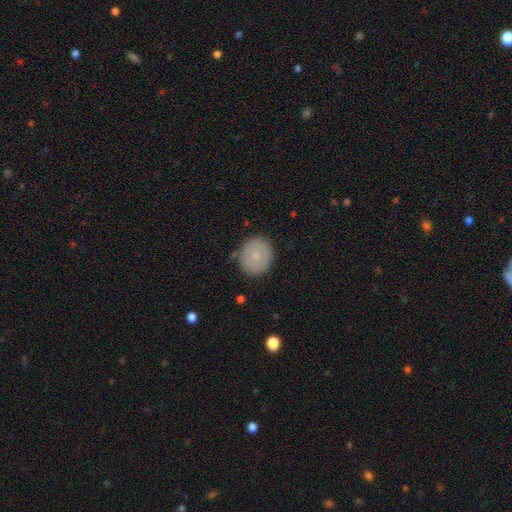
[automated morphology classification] Overall: smooth (72%). How rounded: round (74%). Merging: none (82%).